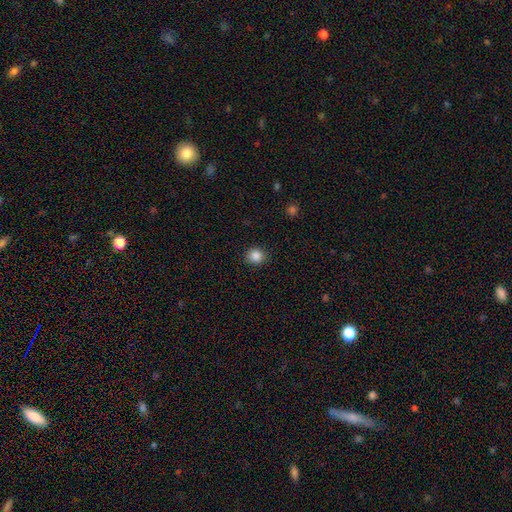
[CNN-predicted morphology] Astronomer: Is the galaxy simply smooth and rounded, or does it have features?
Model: smooth — 86%.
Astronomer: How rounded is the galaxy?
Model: round — 85%.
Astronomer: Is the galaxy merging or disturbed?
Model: none — 88%.